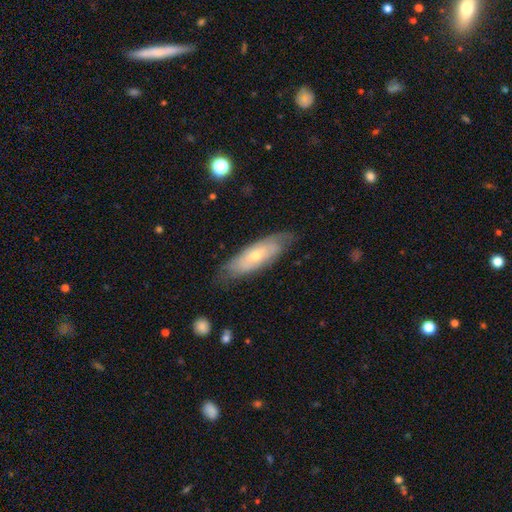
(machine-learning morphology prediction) The model was most divided on "smooth or featured": featured or disk: 51%, smooth: 43%, star or artifact: 7%. More confident: merging — none (74%); edge-on disk — no (73%).